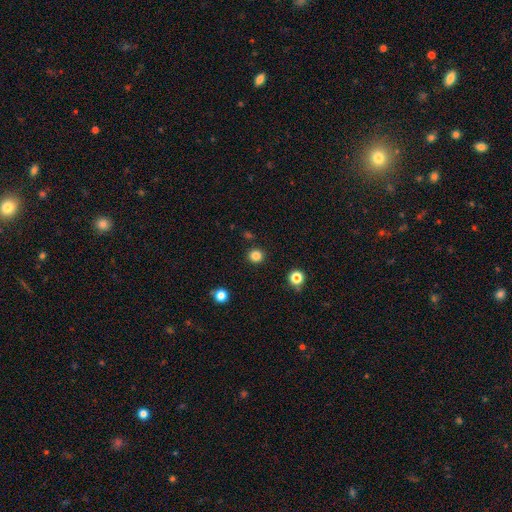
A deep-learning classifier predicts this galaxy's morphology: A smooth galaxy with no disk features (83%) that is round (94%). Merging: none (91%).